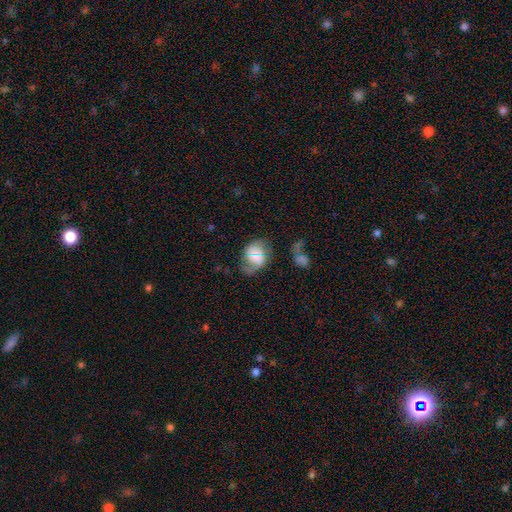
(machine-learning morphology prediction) Smooth or featured: featured or disk — 47% (smooth — 40%)
Merging: none — 54% (minor disturbance — 21%)